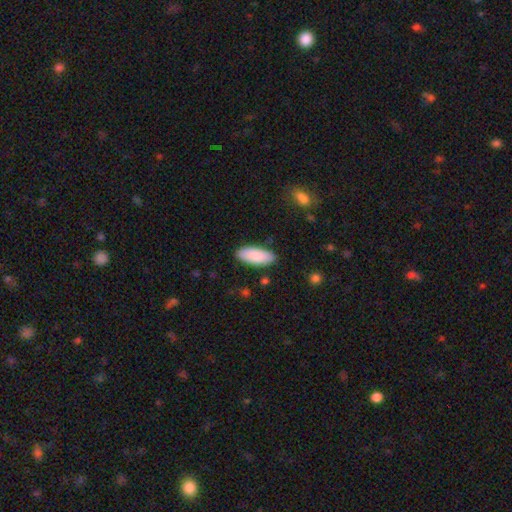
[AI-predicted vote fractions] smooth_or_featured: smooth (p=0.87) [alt: featured or disk p=0.07]
how_rounded: in between (p=0.82) [alt: cigar-shaped p=0.16]
merging: none (p=0.86) [alt: minor disturbance p=0.10]